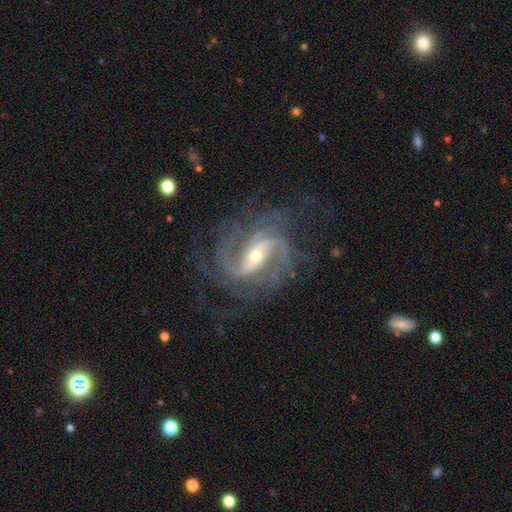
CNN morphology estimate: Smooth or featured?
  - featured or disk: 92% *
  - star or artifact: 5%
  - smooth: 3%
Edge-on disk?
  - no: 97% *
  - yes: 3%
Bar?
  - strong: 53% *
  - weak: 33%
  - no: 15%
Spiral arms?
  - yes: 98% *
  - no: 2%
Spiral winding?
  - medium: 52% *
  - tight: 29%
  - loose: 20%
Spiral arm count?
  - 2: 45% *
  - 3: 21%
  - can't tell: 11%
  - 4: 10%
  - more than 4: 6%
  - 1: 6%
Bulge size?
  - small: 54% *
  - moderate: 42%
  - large: 3%
  - none: 1%
  - dominant: 1%
Merging?
  - none: 69% *
  - minor disturbance: 16%
  - major disturbance: 14%
  - merger: 2%